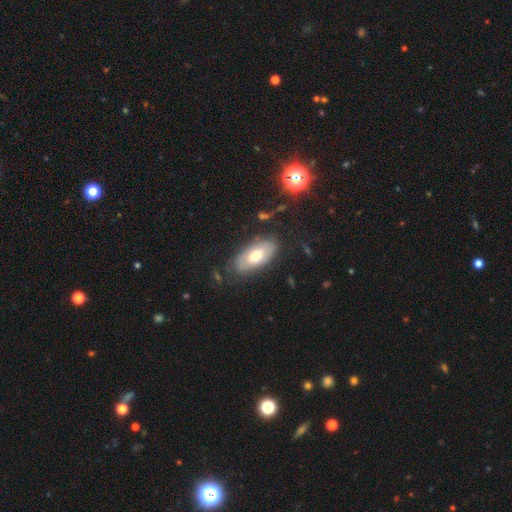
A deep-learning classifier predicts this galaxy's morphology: smooth 49%, featured or disk 44%, star or artifact 7%. Down the decision tree: merging — none (74%).